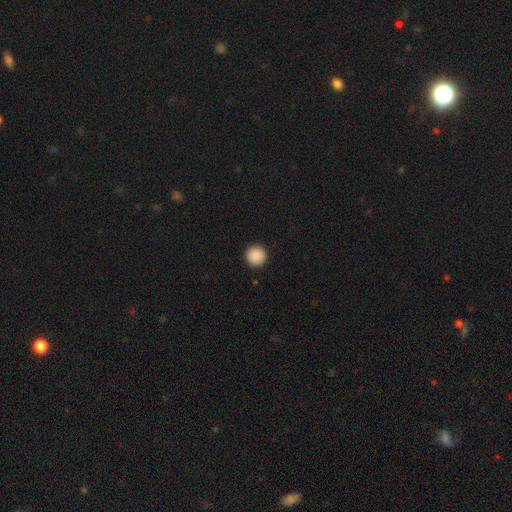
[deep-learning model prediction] Q: Smooth or featured?
A: smooth (90%); runner-up: star or artifact (8%)
Q: How rounded?
A: round (96%); runner-up: in between (3%)
Q: Merging?
A: none (93%); runner-up: minor disturbance (5%)